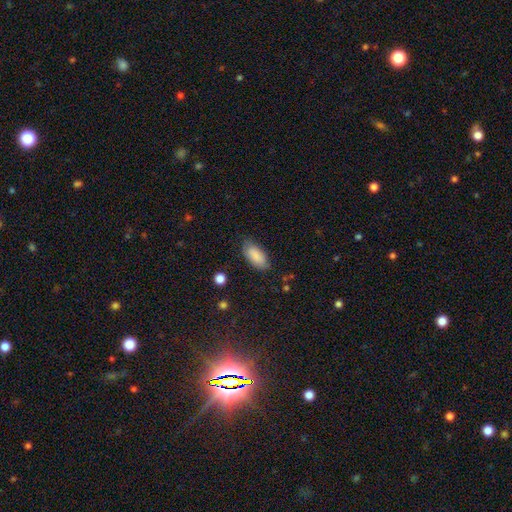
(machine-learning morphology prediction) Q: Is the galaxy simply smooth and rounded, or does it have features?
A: smooth — 87%.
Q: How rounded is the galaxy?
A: in between — 90%.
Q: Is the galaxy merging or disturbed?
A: none — 76%.